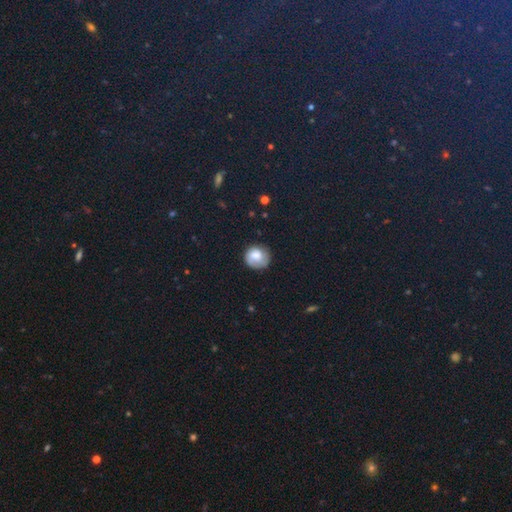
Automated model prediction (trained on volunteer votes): Morphology: type=smooth (68%); roundness=round (87%); merging=none (71%).